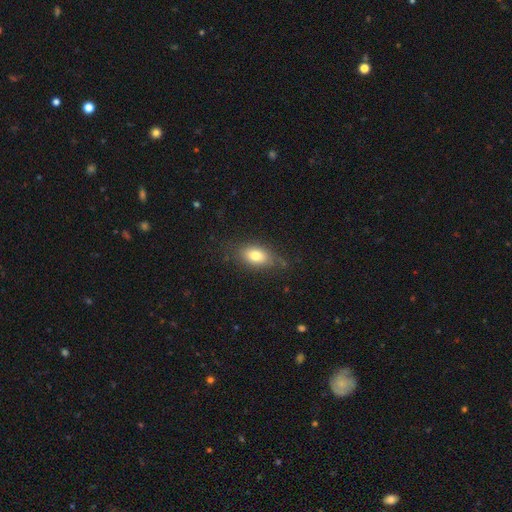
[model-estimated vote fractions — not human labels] Morphology: type=smooth (77%); roundness=in between (86%); merging=none (72%).